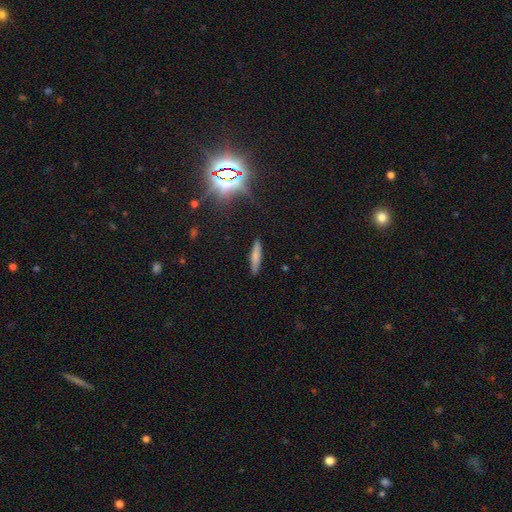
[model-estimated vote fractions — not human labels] smooth-or-featured: smooth: 73% | featured or disk: 17% | star or artifact: 9%
  how-rounded: cigar-shaped: 85% | in between: 13% | round: 2%
  merging: none: 88% | minor disturbance: 8% | major disturbance: 2% | merger: 1%